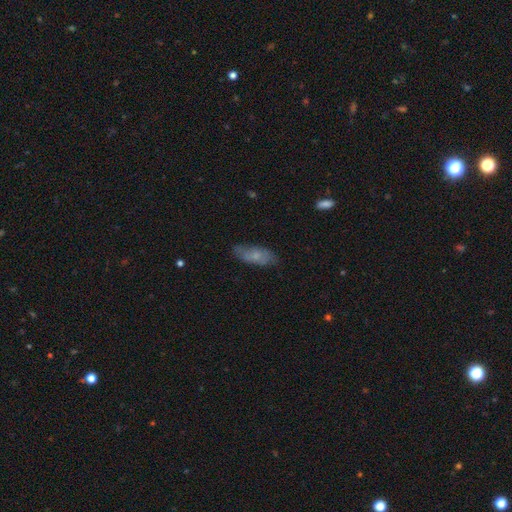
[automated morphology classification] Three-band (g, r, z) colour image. It shows a smooth galaxy with no disk features (60%) that is in between round and cigar-shaped (73%). Merging: none (71%).